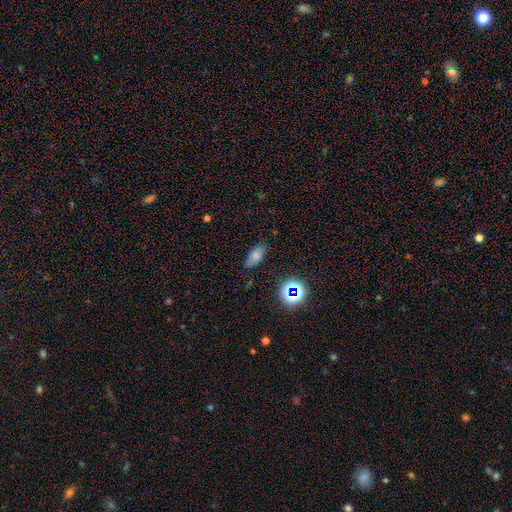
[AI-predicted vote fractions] Smooth or featured? smooth (71%)
How rounded? in between (79%)
Merging? none (79%)